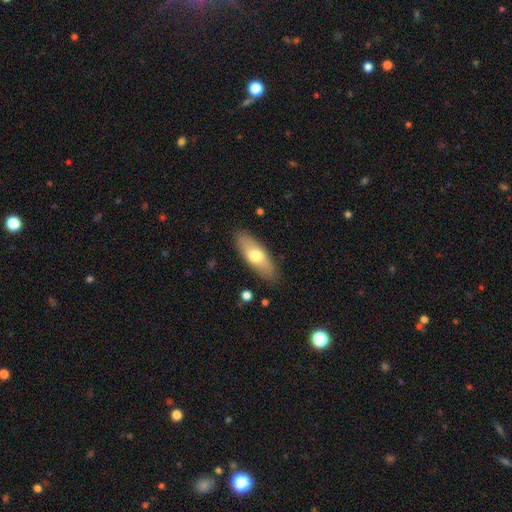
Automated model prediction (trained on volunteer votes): A smooth galaxy with no disk features (67%) that is in between round and cigar-shaped (69%).

Vote fractions:
- Smooth or featured? smooth: 67% / featured or disk: 27% / star or artifact: 6%
- How rounded? in between: 69% / cigar-shaped: 28% / round: 3%
- Merging? none: 86% / minor disturbance: 10% / major disturbance: 3% / merger: 1%